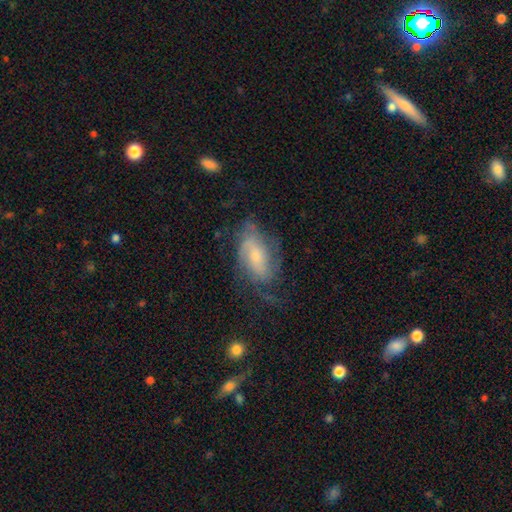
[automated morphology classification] Q: Smooth or featured?
A: featured or disk (68%); runner-up: smooth (25%)
Q: Edge-on disk?
A: no (93%); runner-up: yes (7%)
Q: Bar?
A: no (57%); runner-up: weak (35%)
Q: Spiral arms?
A: yes (85%); runner-up: no (15%)
Q: Spiral winding?
A: medium (41%); runner-up: tight (37%)
Q: Spiral arm count?
A: can't tell (40%); runner-up: 2 (32%)
Q: Bulge size?
A: small (54%); runner-up: moderate (35%)
Q: Merging?
A: none (52%); runner-up: minor disturbance (25%)